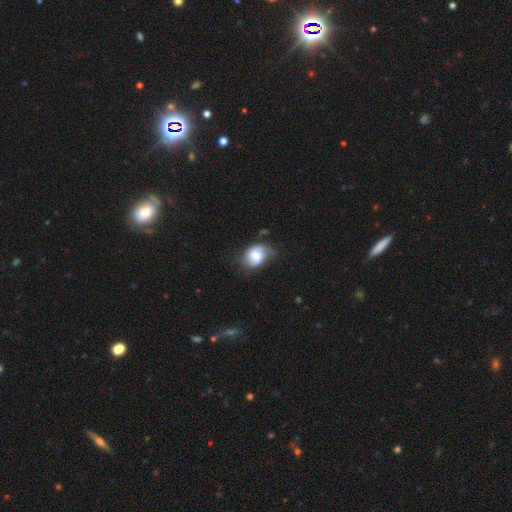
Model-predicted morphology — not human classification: Q: Smooth or featured?
A: smooth (57%); runner-up: featured or disk (35%)
Q: How rounded?
A: in between (60%); runner-up: round (39%)
Q: Merging?
A: none (50%); runner-up: minor disturbance (34%)